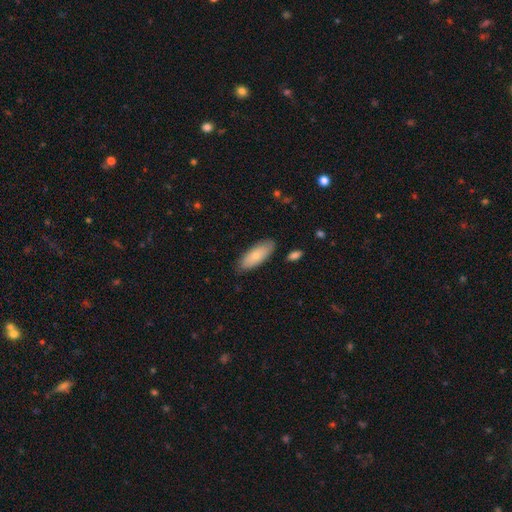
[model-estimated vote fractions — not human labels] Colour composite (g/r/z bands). It shows a smooth galaxy with no disk features (78%) that is in between round and cigar-shaped (76%). Merging: none (83%).